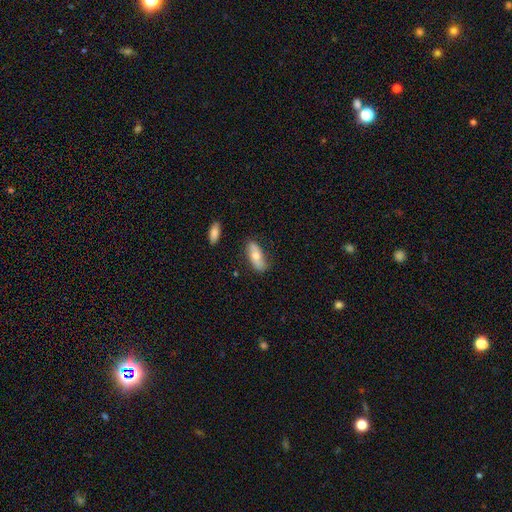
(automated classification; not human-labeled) smooth 67%, featured or disk 27%, star or artifact 6%. Down the decision tree: how rounded — in between (77%); merging — none (78%).